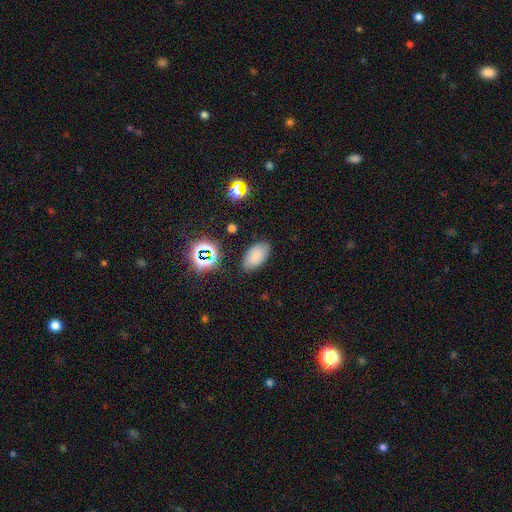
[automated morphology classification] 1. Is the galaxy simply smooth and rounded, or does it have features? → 77% smooth, 13% star or artifact, 9% featured or disk.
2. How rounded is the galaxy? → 94% in between, 4% round, 2% cigar-shaped.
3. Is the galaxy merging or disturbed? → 83% none, 12% minor disturbance, 3% major disturbance, 2% merger.